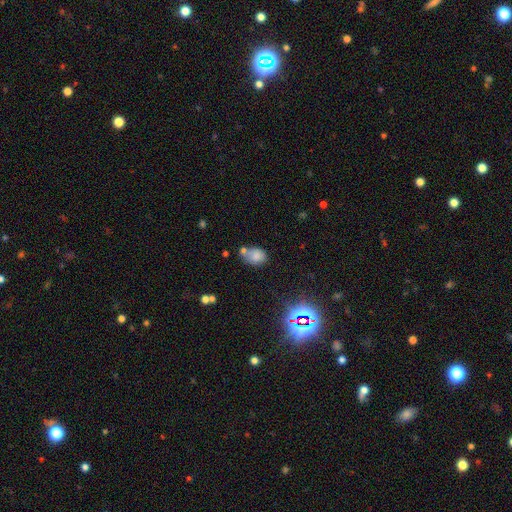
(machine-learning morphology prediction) Smooth or featured?
  - smooth: 75% *
  - star or artifact: 13%
  - featured or disk: 11%
How rounded?
  - in between: 71% *
  - round: 28%
  - cigar-shaped: 1%
Merging?
  - none: 49% *
  - merger: 23%
  - minor disturbance: 21%
  - major disturbance: 7%